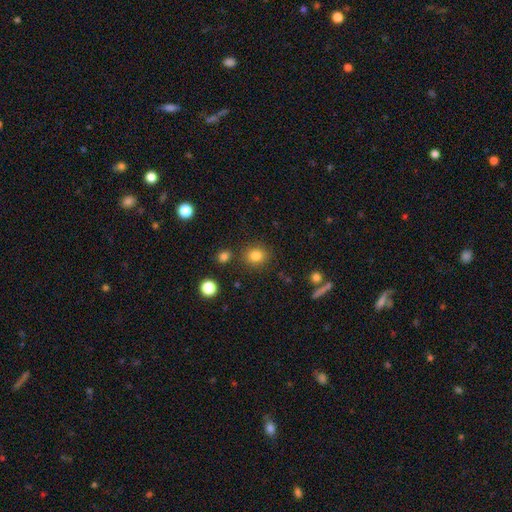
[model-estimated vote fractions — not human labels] Morphology: type=smooth (82%); roundness=round (73%); merging=none (83%).